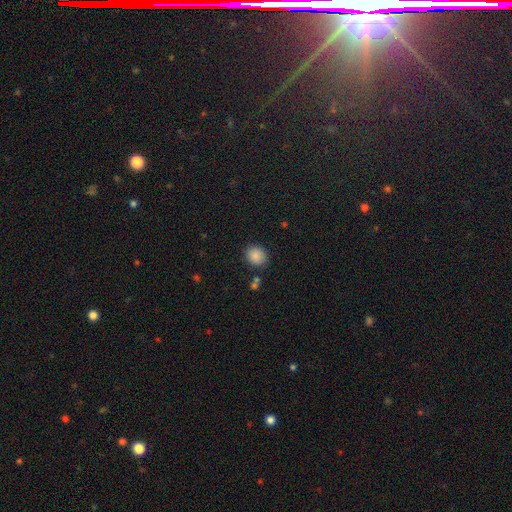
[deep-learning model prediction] Overall: smooth (87%). How rounded: round (66%; in between 33%). Merging: none (84%).